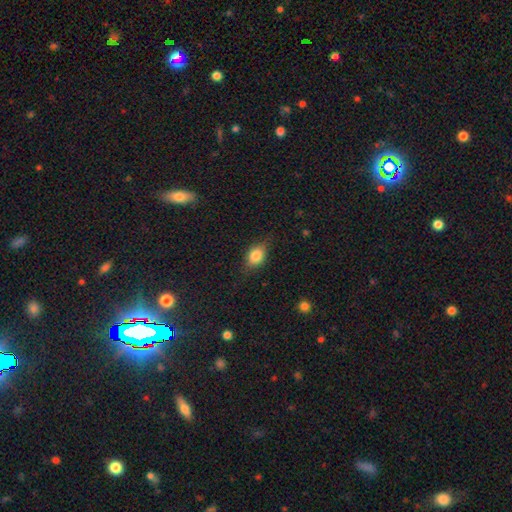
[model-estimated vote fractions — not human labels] Overall: smooth (73%). How rounded: in between (68%). Merging: none (72%).